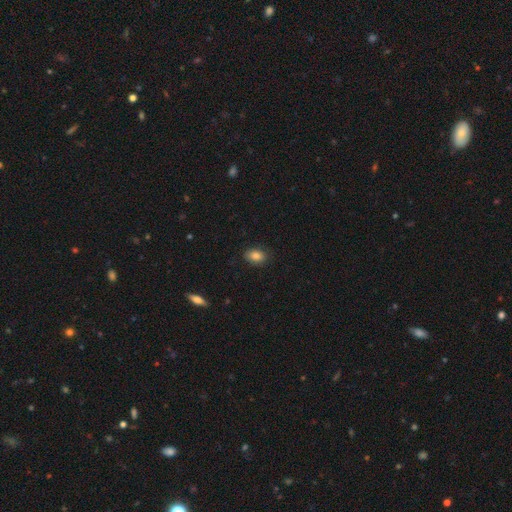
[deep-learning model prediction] A smooth galaxy with no disk features (86%) that is in between round and cigar-shaped (82%).

Vote fractions:
- Smooth or featured? smooth: 86% / star or artifact: 9% / featured or disk: 6%
- How rounded? in between: 82% / round: 16% / cigar-shaped: 1%
- Merging? none: 85% / minor disturbance: 12% / major disturbance: 3% / merger: 1%